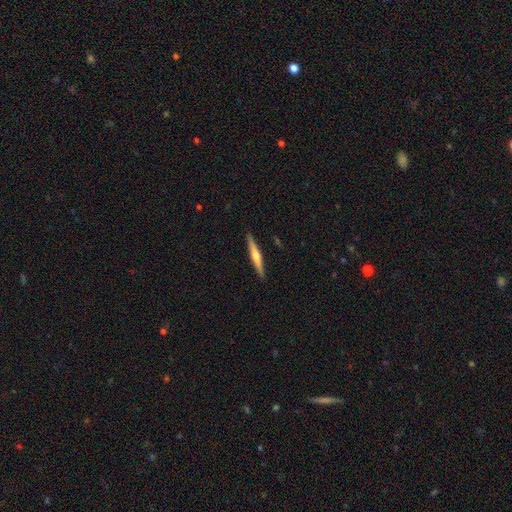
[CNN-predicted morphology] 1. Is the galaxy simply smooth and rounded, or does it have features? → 63% featured or disk, 32% smooth, 5% star or artifact.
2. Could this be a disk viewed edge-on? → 98% yes, 2% no.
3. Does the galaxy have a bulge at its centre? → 87% rounded, 8% none, 5% boxy.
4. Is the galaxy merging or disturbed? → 92% none, 6% minor disturbance, 1% major disturbance, 1% merger.